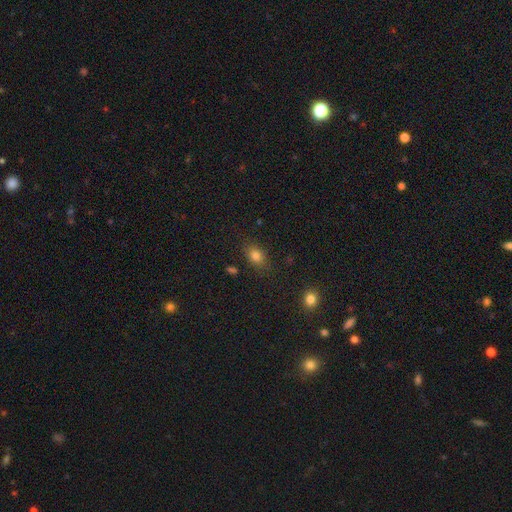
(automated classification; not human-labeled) Smooth or featured?
  - smooth: 79% *
  - star or artifact: 13%
  - featured or disk: 8%
How rounded?
  - in between: 69% *
  - round: 29%
  - cigar-shaped: 2%
Merging?
  - none: 81% *
  - minor disturbance: 13%
  - major disturbance: 4%
  - merger: 2%